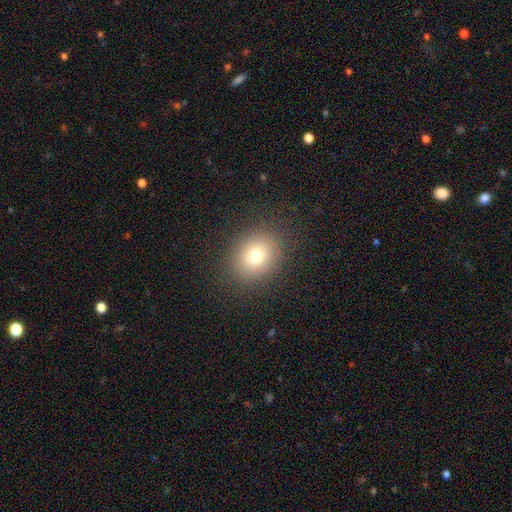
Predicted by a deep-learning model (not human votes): A smooth galaxy with no disk features (74%) that is round (64%). Merging: none (87%).